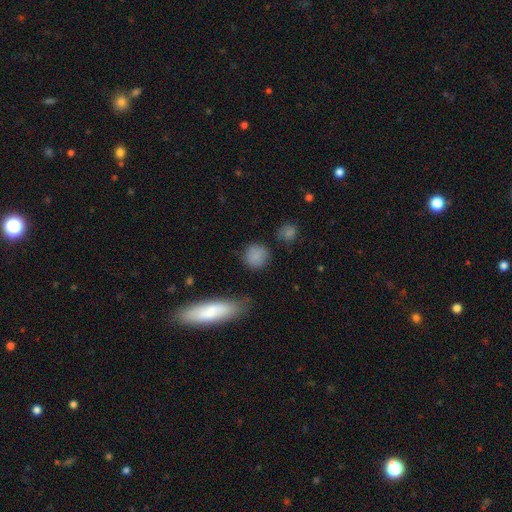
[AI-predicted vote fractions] Smooth or featured? Predicted: smooth (p=0.84). How rounded? Predicted: round (p=0.86). Merging? Predicted: none (p=0.78).